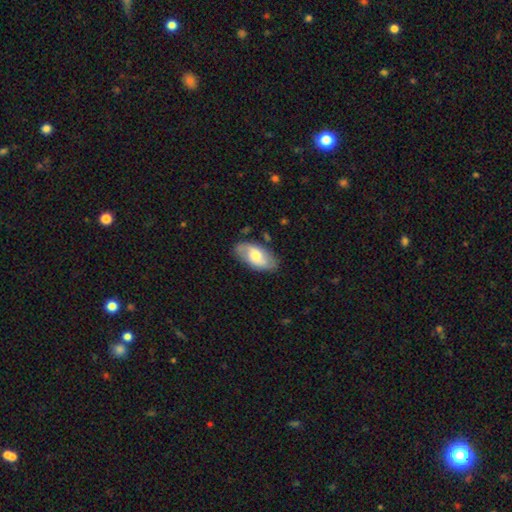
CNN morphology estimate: smooth-or-featured: smooth: 50% | featured or disk: 44% | star or artifact: 6%
  merging: none: 78% | minor disturbance: 16% | major disturbance: 4% | merger: 2%